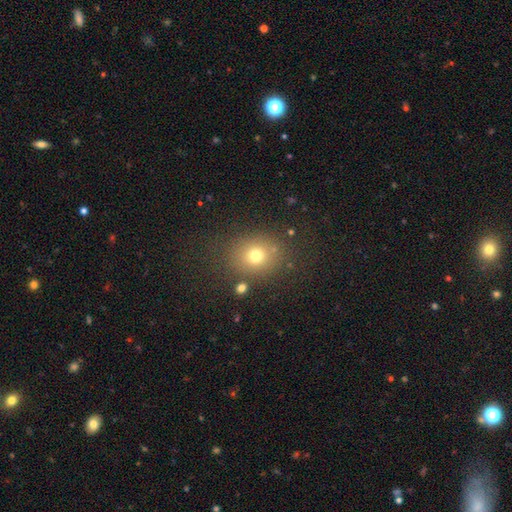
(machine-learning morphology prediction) The model was most divided on "how rounded": round: 70%, in between: 29%, cigar-shaped: 1%. More confident: merging — none (80%); smooth or featured — smooth (73%).